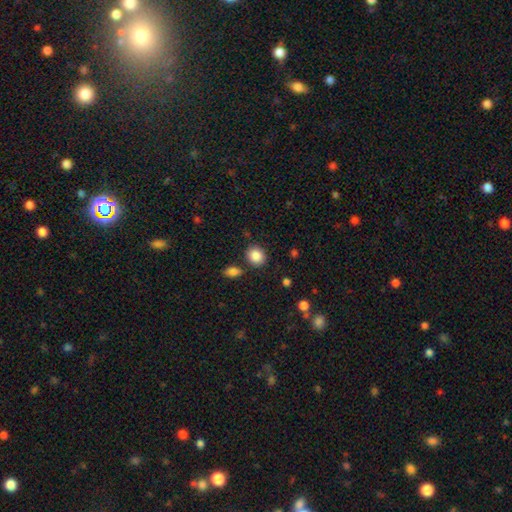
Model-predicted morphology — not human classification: Overall: smooth (88%). How rounded: round (72%). Merging: none (81%).